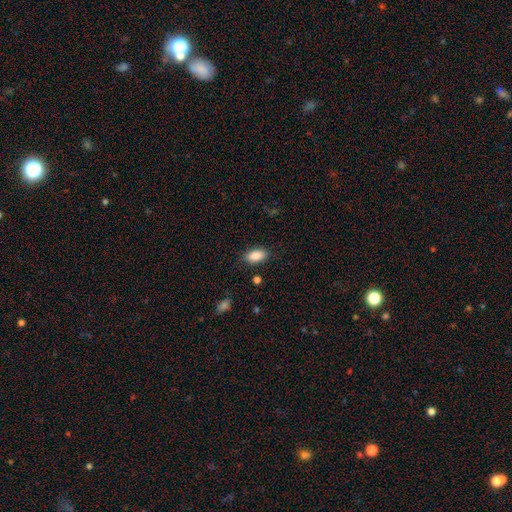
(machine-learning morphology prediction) Smooth or featured? Predicted: smooth (p=0.88). How rounded? Predicted: in between (p=0.91). Merging? Predicted: none (p=0.85).